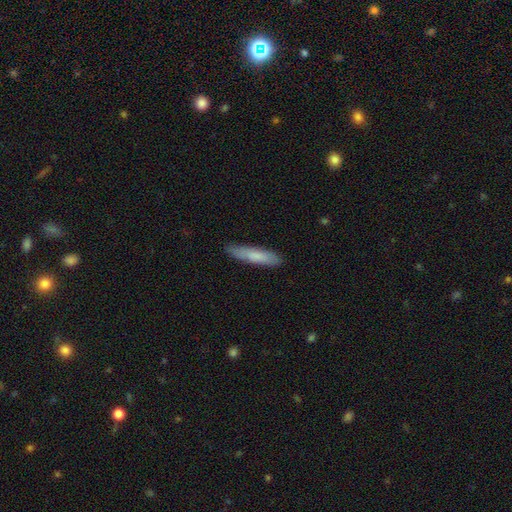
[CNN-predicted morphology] type=smooth (77%); roundness=cigar-shaped (83%); merging=none (84%).